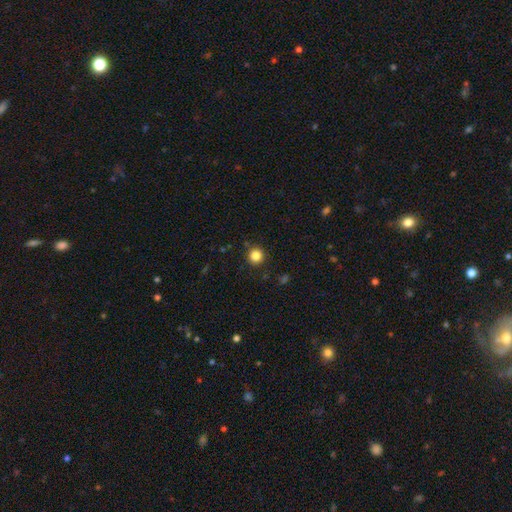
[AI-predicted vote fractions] Q: Smooth or featured?
A: smooth (84%); runner-up: star or artifact (12%)
Q: How rounded?
A: round (95%); runner-up: in between (4%)
Q: Merging?
A: none (91%); runner-up: minor disturbance (6%)